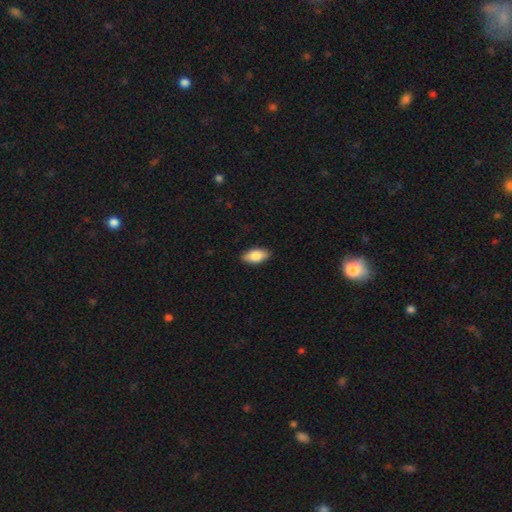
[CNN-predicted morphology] A smooth galaxy with no disk features (82%) that is in between round and cigar-shaped (90%).

Vote fractions:
- Smooth or featured? smooth: 82% / featured or disk: 12% / star or artifact: 6%
- How rounded? in between: 90% / cigar-shaped: 7% / round: 3%
- Merging? none: 89% / minor disturbance: 9% / major disturbance: 2% / merger: 1%